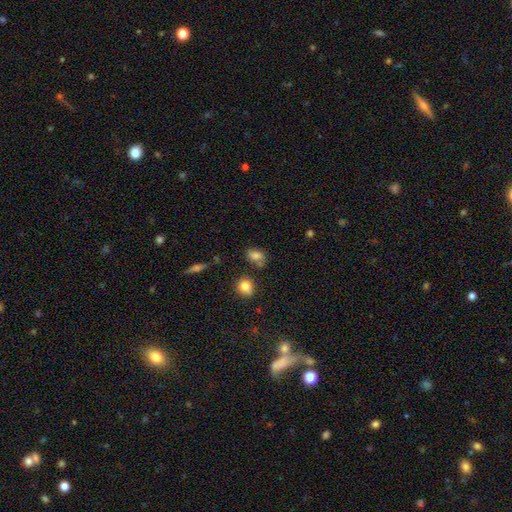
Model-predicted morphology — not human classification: Smooth or featured? smooth (79%)
How rounded? in between (76%)
Merging? none (61%)